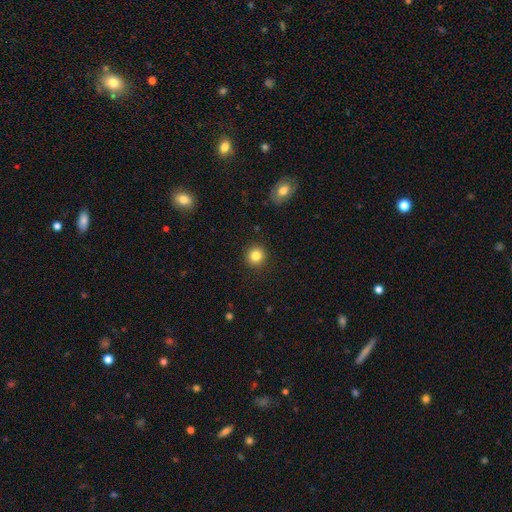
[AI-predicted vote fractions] A smooth galaxy with no disk features (83%) that is round (92%). Merging: none (91%).